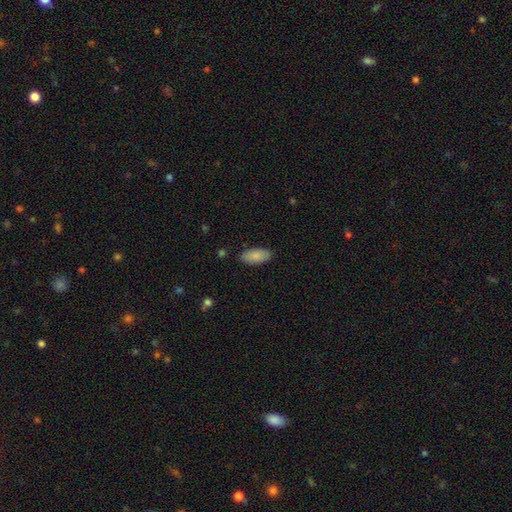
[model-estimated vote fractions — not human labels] Morphology: type=smooth (86%); roundness=in between (92%); merging=none (87%).